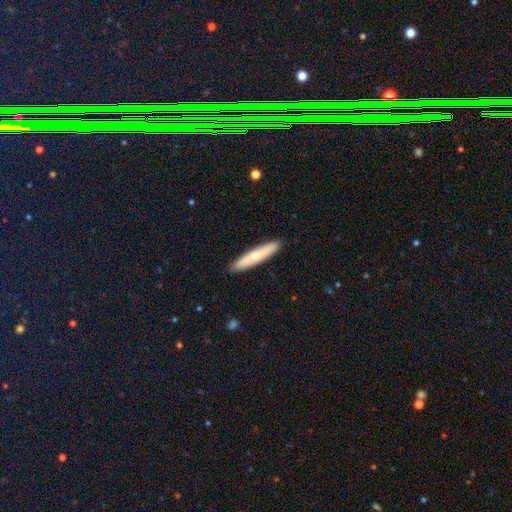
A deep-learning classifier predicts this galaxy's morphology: smooth-or-featured: smooth: 60% | featured or disk: 34% | star or artifact: 5%
  how-rounded: cigar-shaped: 89% | in between: 9% | round: 1%
  merging: none: 90% | minor disturbance: 7% | major disturbance: 1% | merger: 1%